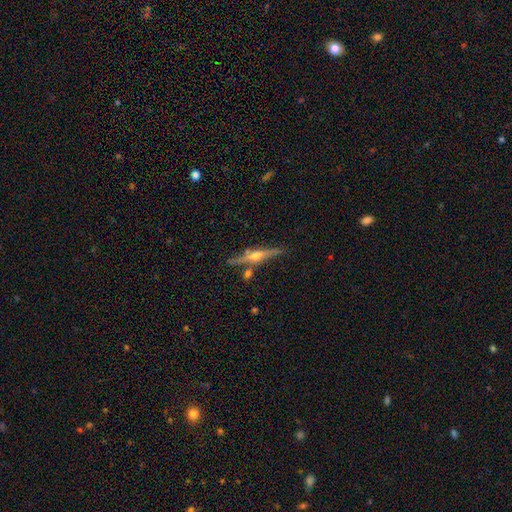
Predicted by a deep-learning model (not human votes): smooth_or_featured: featured or disk (p=0.77) [alt: smooth p=0.16]
disk_edge_on: yes (p=0.97) [alt: no p=0.03]
edge_on_bulge: rounded (p=0.92) [alt: boxy p=0.05]
merging: none (p=0.80) [alt: minor disturbance p=0.10]